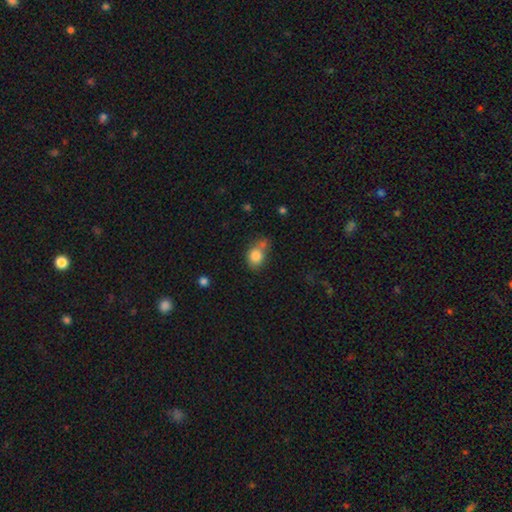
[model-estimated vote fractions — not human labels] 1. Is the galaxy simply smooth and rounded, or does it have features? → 81% smooth, 9% star or artifact, 9% featured or disk.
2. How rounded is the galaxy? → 57% in between, 42% round, 2% cigar-shaped.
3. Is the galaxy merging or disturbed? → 44% none, 24% merger, 24% minor disturbance, 9% major disturbance.